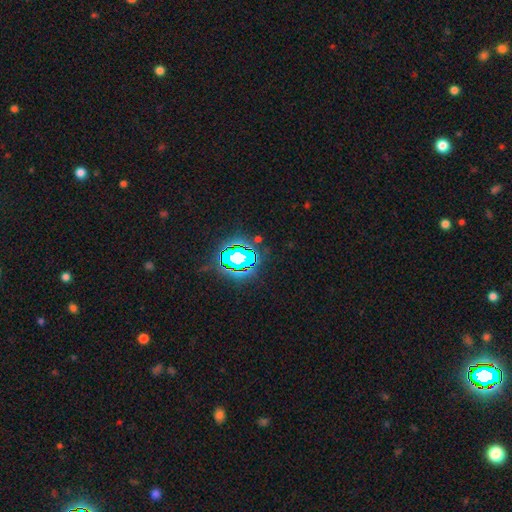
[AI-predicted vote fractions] smooth_or_featured: star or artifact (p=0.82) [alt: smooth p=0.10]